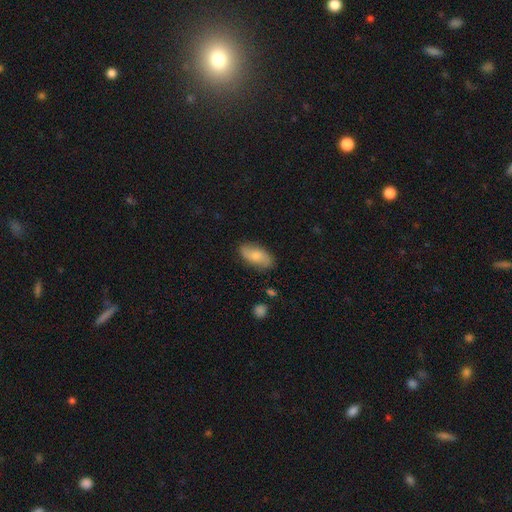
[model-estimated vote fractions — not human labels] smooth 57%, featured or disk 36%, star or artifact 7%. Down the decision tree: how rounded — in between (91%); merging — none (80%).